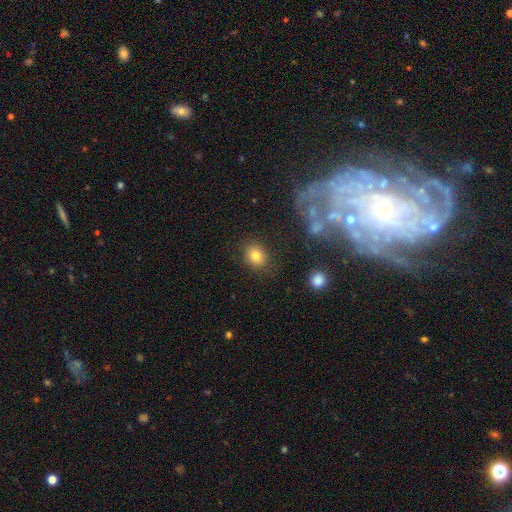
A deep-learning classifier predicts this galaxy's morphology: Smooth or featured: smooth — 80% (star or artifact — 11%)
How rounded: round — 55% (in between — 44%)
Merging: none — 85% (minor disturbance — 9%)